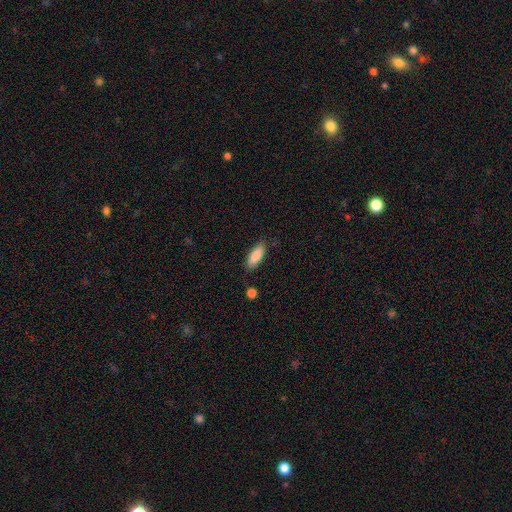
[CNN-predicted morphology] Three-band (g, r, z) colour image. It shows a smooth galaxy with no disk features (87%) that is in between round and cigar-shaped (70%). Merging: none (83%).